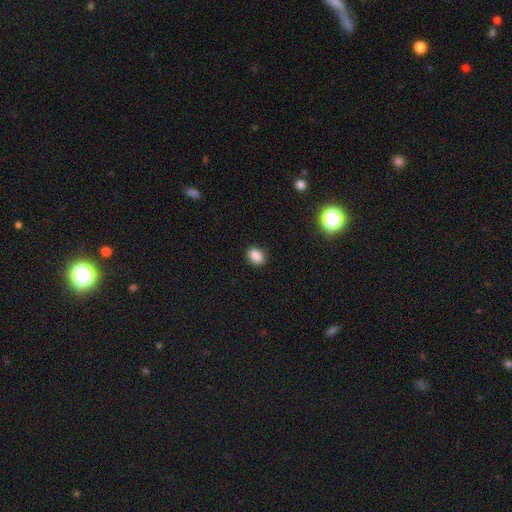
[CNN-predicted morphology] Smooth or featured: smooth — 88% (star or artifact — 9%)
How rounded: in between — 79% (round — 20%)
Merging: none — 87% (minor disturbance — 9%)